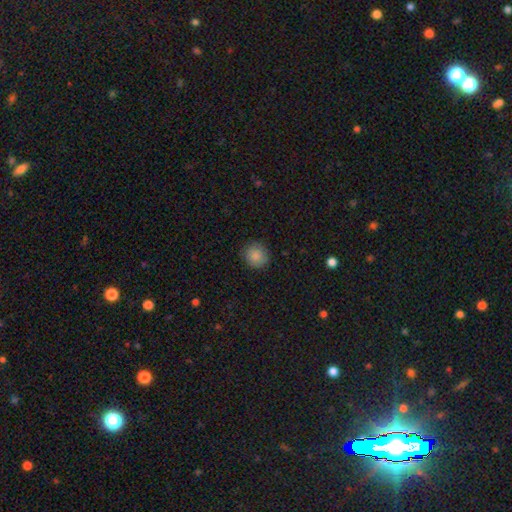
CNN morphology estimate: Smooth or featured? smooth (87%)
How rounded? round (89%)
Merging? none (88%)